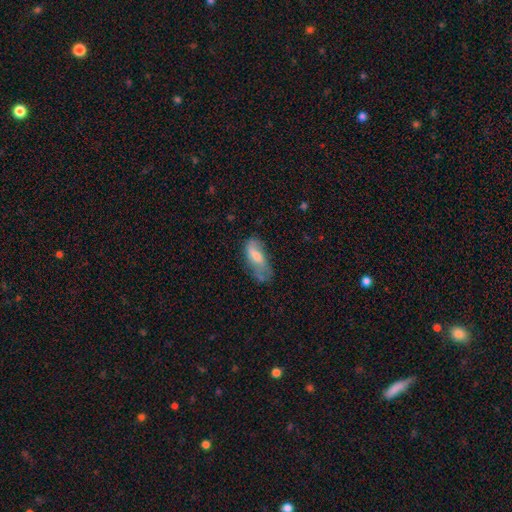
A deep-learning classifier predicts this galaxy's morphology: Smooth or featured? Predicted: smooth (p=0.52). How rounded? Predicted: in between (p=0.80). Merging? Predicted: none (p=0.46).